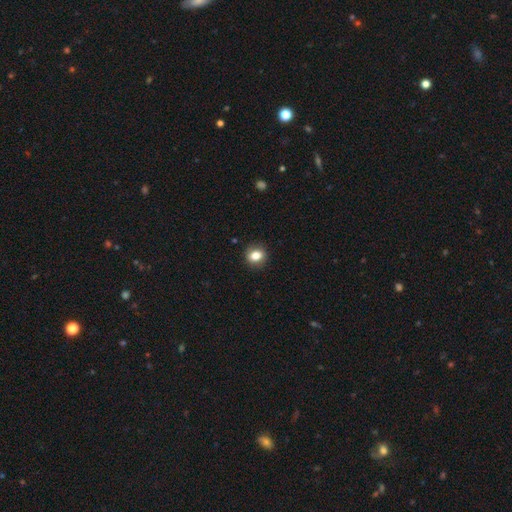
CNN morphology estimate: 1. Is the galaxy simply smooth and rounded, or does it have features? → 80% smooth, 10% featured or disk, 10% star or artifact.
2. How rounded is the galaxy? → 68% round, 31% in between, 1% cigar-shaped.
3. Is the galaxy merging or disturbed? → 89% none, 8% minor disturbance, 2% major disturbance, 1% merger.